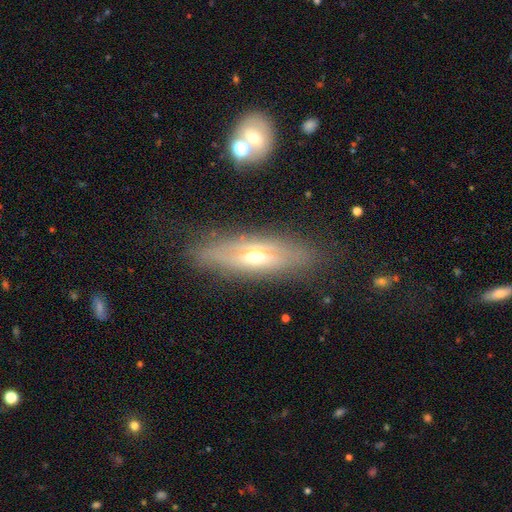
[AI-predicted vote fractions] featured or disk 61%, smooth 31%, star or artifact 9%. Down the decision tree: edge-on disk — yes (69%); merging — none (80%).